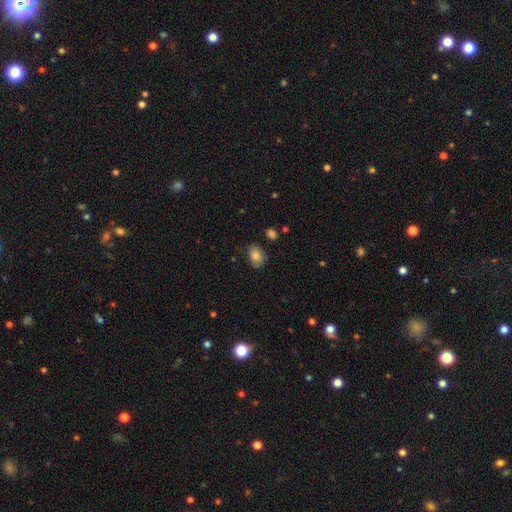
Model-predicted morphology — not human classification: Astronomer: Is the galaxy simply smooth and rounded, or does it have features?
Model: smooth — 77%.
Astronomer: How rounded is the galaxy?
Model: in between — 71%.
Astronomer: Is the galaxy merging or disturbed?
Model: none — 69%.